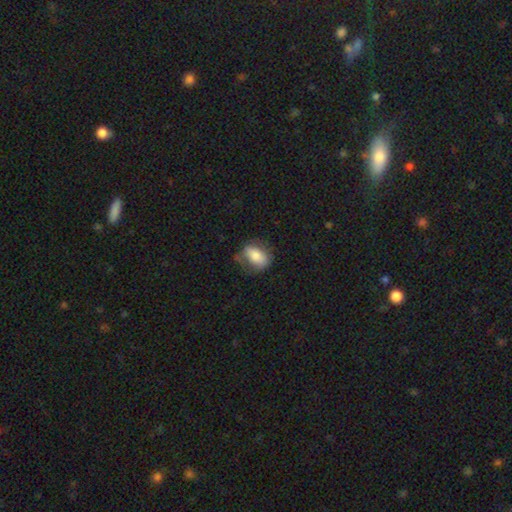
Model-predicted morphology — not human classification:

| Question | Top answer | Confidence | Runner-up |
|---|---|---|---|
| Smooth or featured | smooth | 73% | featured or disk (20%) |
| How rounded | in between | 82% | round (15%) |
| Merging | none | 57% | minor disturbance (27%) |